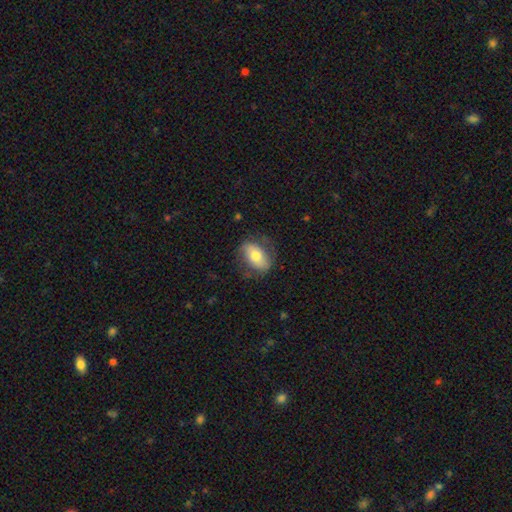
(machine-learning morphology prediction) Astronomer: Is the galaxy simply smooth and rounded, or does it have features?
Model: smooth — 62%.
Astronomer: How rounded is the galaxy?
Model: in between — 86%.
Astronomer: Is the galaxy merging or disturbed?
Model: none — 72%.